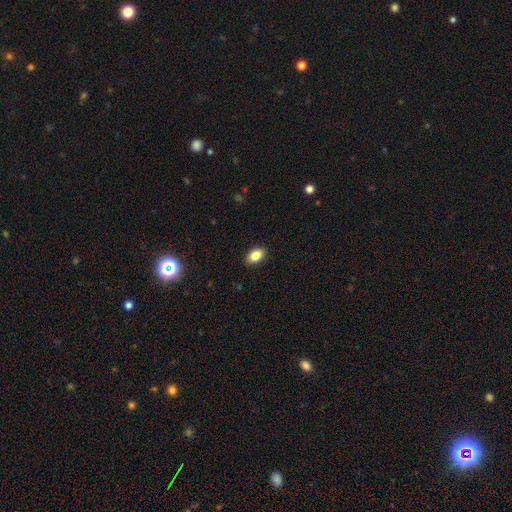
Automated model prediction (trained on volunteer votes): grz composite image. It shows a smooth galaxy with no disk features (84%) that is in between round and cigar-shaped (87%). Merging: none (89%).